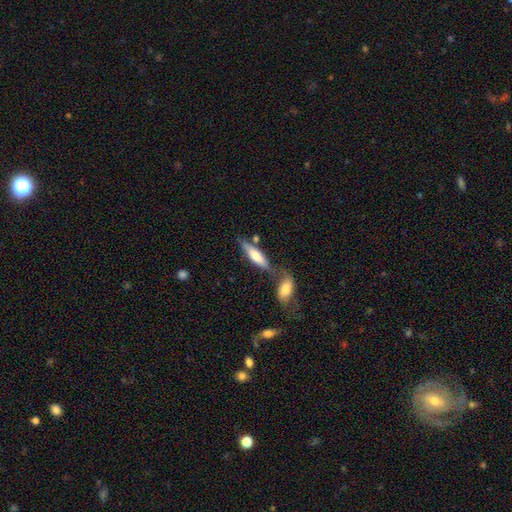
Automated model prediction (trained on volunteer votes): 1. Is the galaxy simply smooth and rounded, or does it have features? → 63% smooth, 31% featured or disk, 6% star or artifact.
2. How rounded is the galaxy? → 60% cigar-shaped, 38% in between, 2% round.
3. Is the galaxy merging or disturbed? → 49% none, 32% merger, 14% minor disturbance, 5% major disturbance.